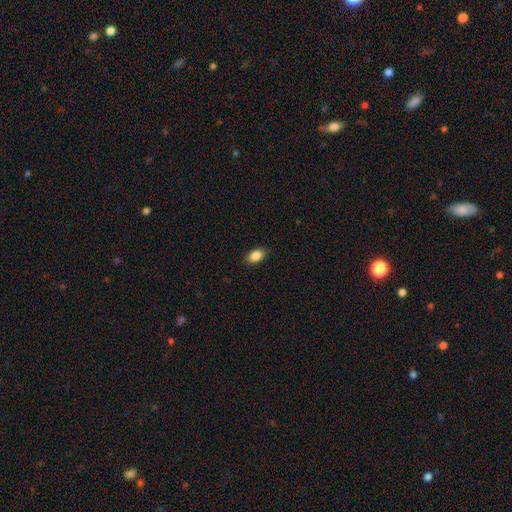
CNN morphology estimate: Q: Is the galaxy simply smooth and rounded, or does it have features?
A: smooth — 87%.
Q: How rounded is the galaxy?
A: in between — 88%.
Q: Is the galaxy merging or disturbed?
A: none — 89%.